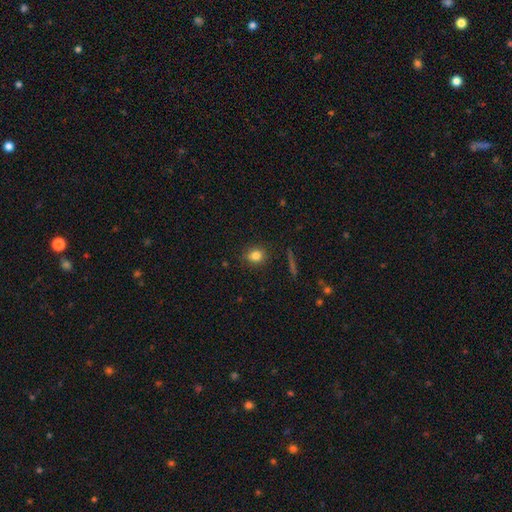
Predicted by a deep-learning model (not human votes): Q: Smooth or featured?
A: smooth (81%); runner-up: star or artifact (11%)
Q: How rounded?
A: round (73%); runner-up: in between (25%)
Q: Merging?
A: none (86%); runner-up: minor disturbance (10%)